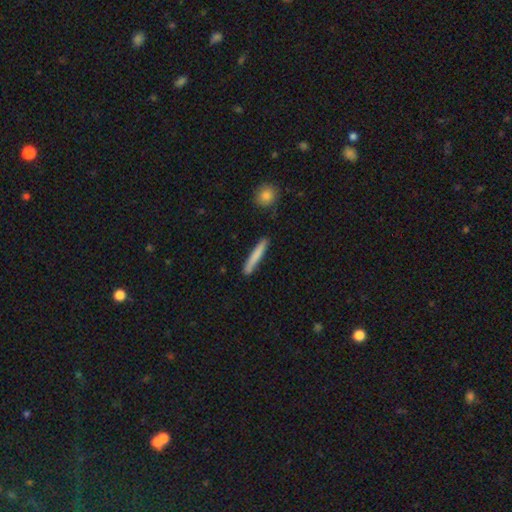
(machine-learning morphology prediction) Smooth or featured? Predicted: smooth (p=0.75). How rounded? Predicted: cigar-shaped (p=0.95). Merging? Predicted: none (p=0.86).